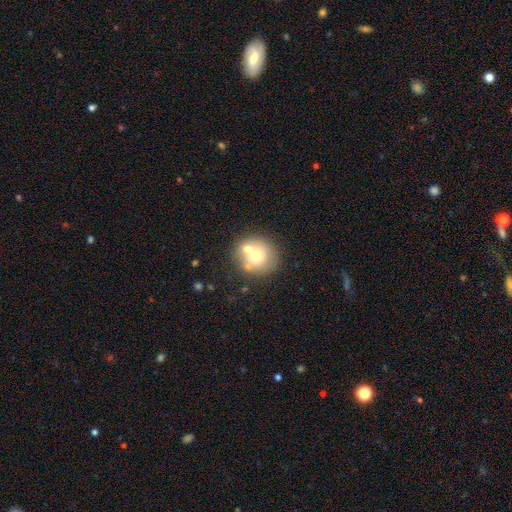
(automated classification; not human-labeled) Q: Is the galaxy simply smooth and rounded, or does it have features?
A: smooth — 62%.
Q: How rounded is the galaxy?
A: round — 89%.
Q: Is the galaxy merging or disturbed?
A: none — 54%.